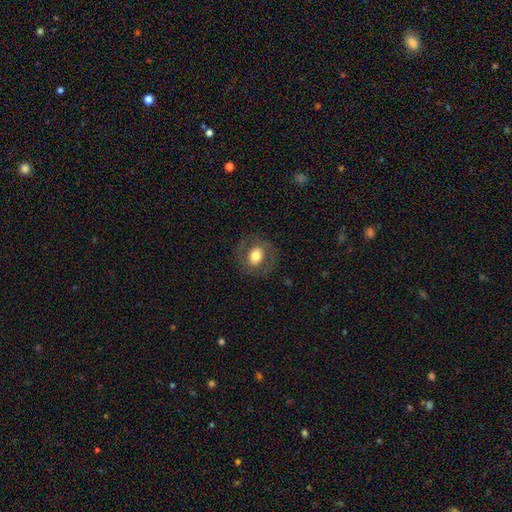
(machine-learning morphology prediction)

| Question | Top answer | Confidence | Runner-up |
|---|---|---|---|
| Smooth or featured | smooth | 54% | featured or disk (37%) |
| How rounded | round | 63% | in between (35%) |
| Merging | none | 79% | minor disturbance (12%) |